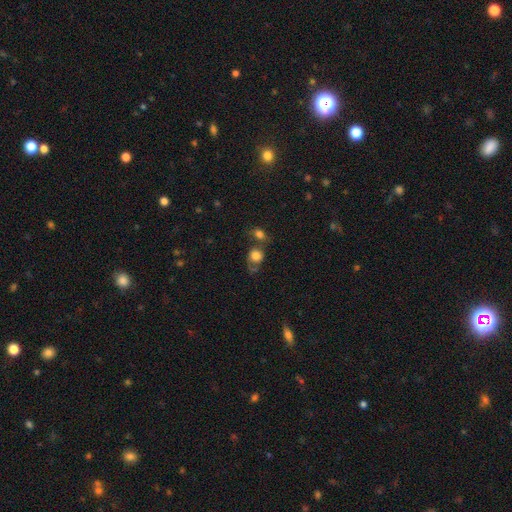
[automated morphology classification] smooth_or_featured: smooth (p=0.76) [alt: featured or disk p=0.14]
how_rounded: round (p=0.67) [alt: in between p=0.31]
merging: none (p=0.36) [alt: merger p=0.34]